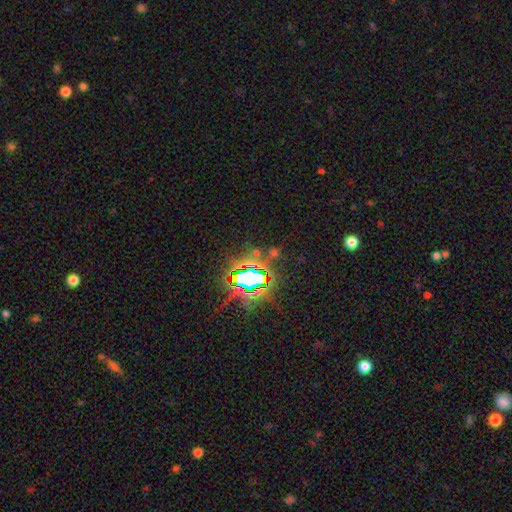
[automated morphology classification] Overall: star or artifact (80%).